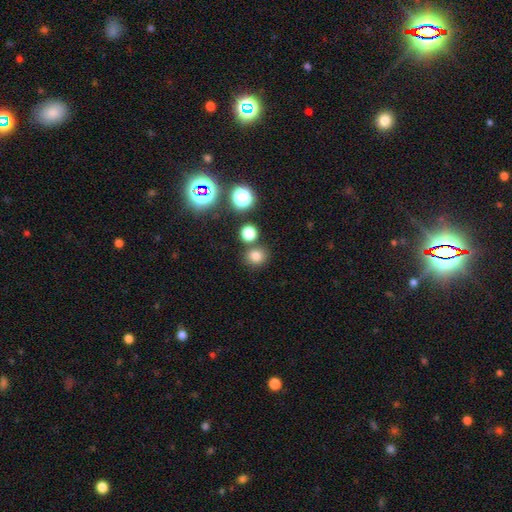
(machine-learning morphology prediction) Overall: smooth (77%). How rounded: round (81%). Merging: none (75%).